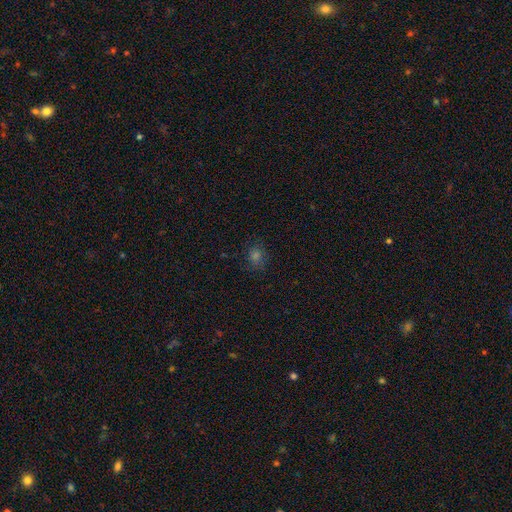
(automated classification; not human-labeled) Q: Smooth or featured?
A: smooth (64%); runner-up: star or artifact (26%)
Q: How rounded?
A: round (71%); runner-up: in between (27%)
Q: Merging?
A: none (83%); runner-up: minor disturbance (12%)